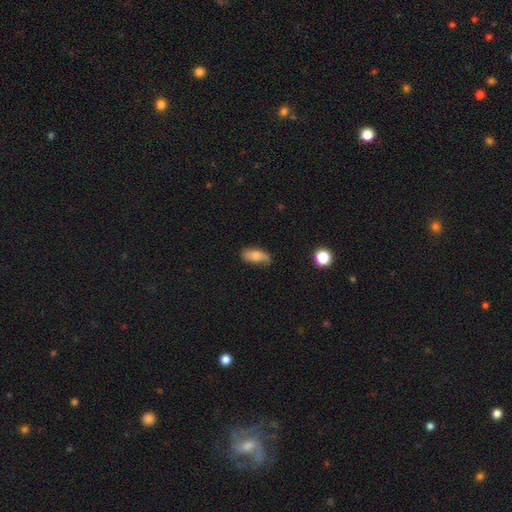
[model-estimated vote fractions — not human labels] Overall: smooth (73%). How rounded: in between (85%). Merging: none (59%; minor disturbance 31%).